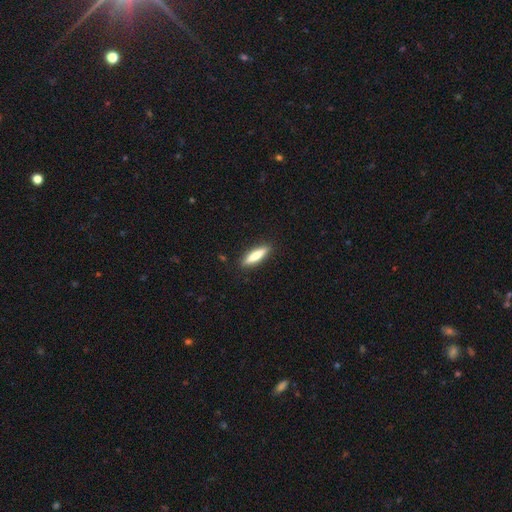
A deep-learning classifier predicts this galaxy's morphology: type=smooth (74%); roundness=cigar-shaped (75%); merging=none (89%).